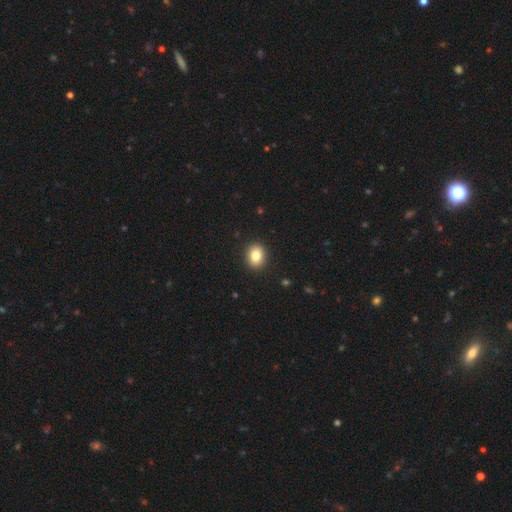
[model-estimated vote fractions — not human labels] Smooth or featured?
  - smooth: 83% *
  - star or artifact: 9%
  - featured or disk: 8%
How rounded?
  - in between: 50% *
  - round: 49%
  - cigar-shaped: 1%
Merging?
  - none: 91% *
  - minor disturbance: 6%
  - major disturbance: 2%
  - merger: 1%